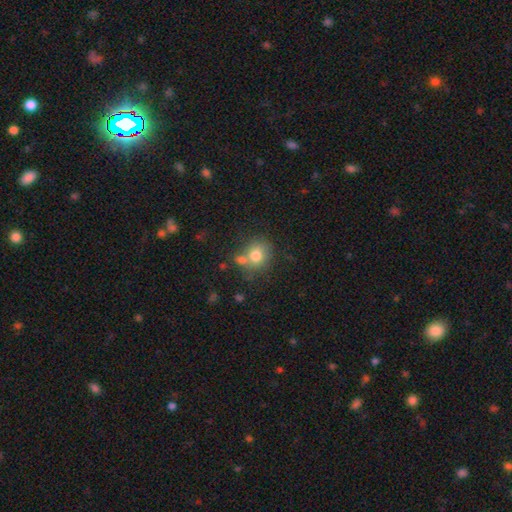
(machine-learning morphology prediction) This appears to be a smooth galaxy with no disk features (76%) that is round (74%). Merging: none (55%).